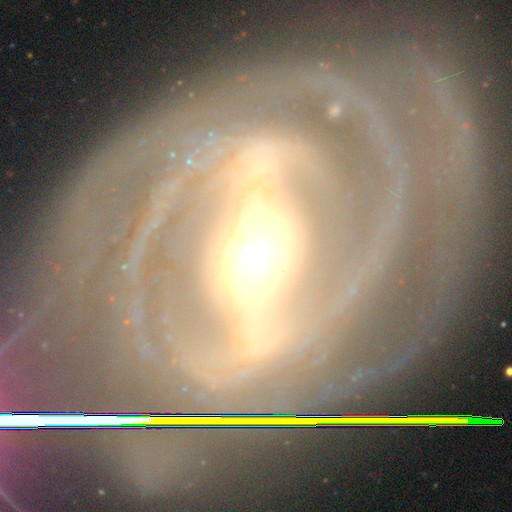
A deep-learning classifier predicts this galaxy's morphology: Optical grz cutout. It shows a featured or disk galaxy (90%) with a strong bar (68%), 2 (51%) tight (54%) spiral arms (93%) and a moderate central bulge (54%). Merging: none (72%).